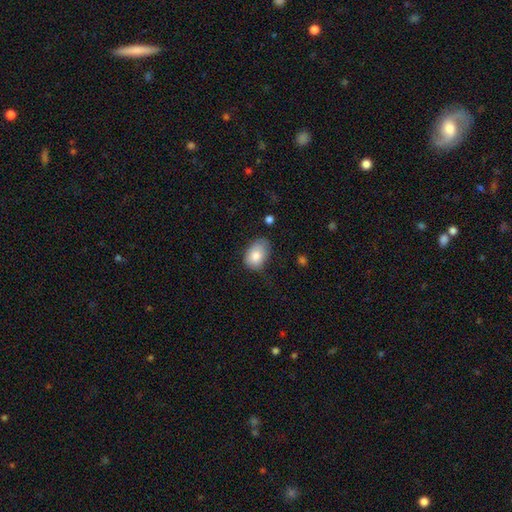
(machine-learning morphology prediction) This appears to be a smooth galaxy with no disk features (83%) that is in between round and cigar-shaped (85%). Merging: none (55%).